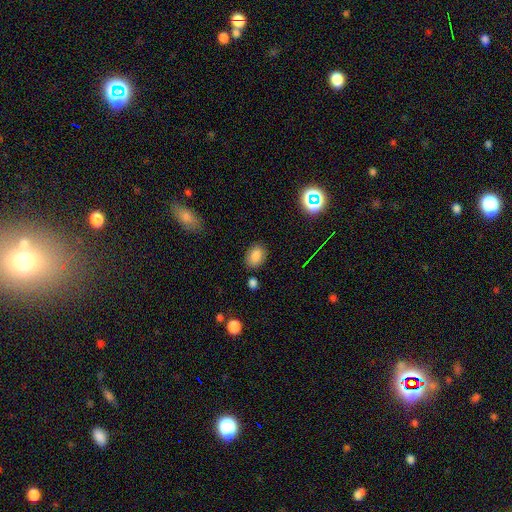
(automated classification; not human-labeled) Q: Smooth or featured?
A: smooth (83%); runner-up: star or artifact (11%)
Q: How rounded?
A: in between (81%); runner-up: round (18%)
Q: Merging?
A: none (80%); runner-up: minor disturbance (13%)